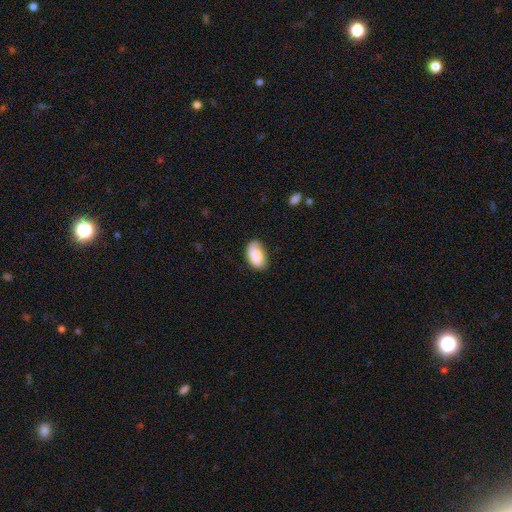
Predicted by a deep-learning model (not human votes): This appears to be a smooth galaxy with no disk features (84%) that is in between round and cigar-shaped (93%). Merging: none (68%).